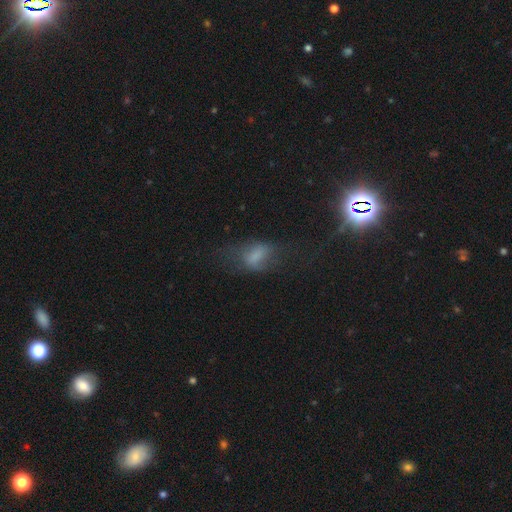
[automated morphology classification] smooth_or_featured: smooth (p=0.56) [alt: featured or disk p=0.26]
how_rounded: in between (p=0.83) [alt: round p=0.11]
merging: none (p=0.37) [alt: major disturbance p=0.36]